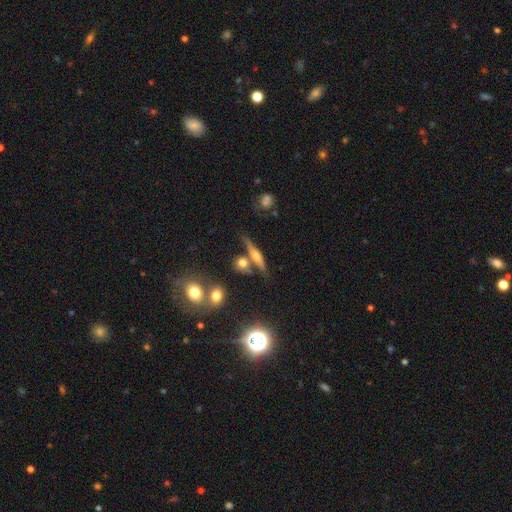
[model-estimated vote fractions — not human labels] Smooth or featured? featured or disk (59%)
Edge-on disk? yes (93%)
Edge-on bulge? rounded (87%)
Merging? none (65%)